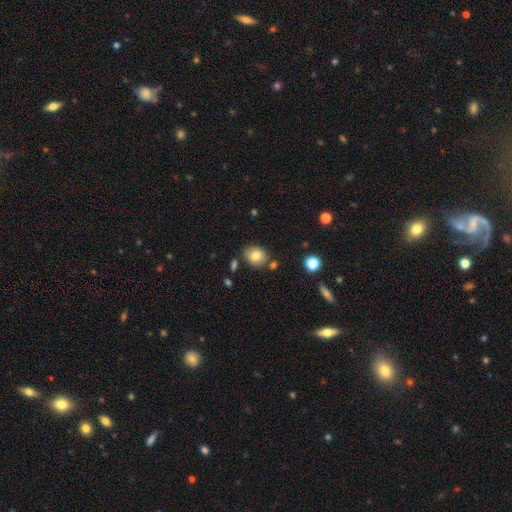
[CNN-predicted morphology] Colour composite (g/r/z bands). It shows a smooth galaxy with no disk features (78%) that is round (54%). Merging: none (78%).